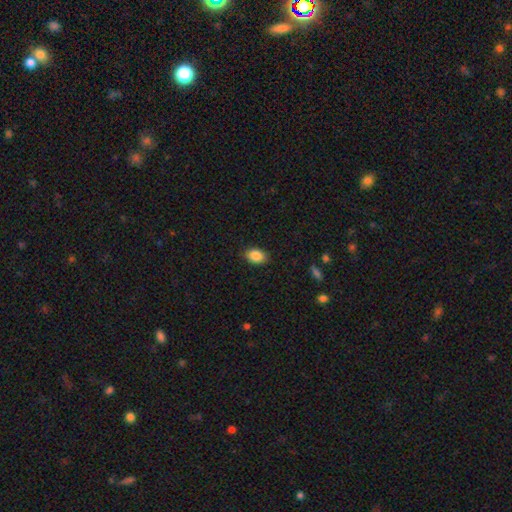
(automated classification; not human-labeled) This is clearly a smooth galaxy (88%). How rounded: clearly in between (82%). Merging: clearly none (87%).